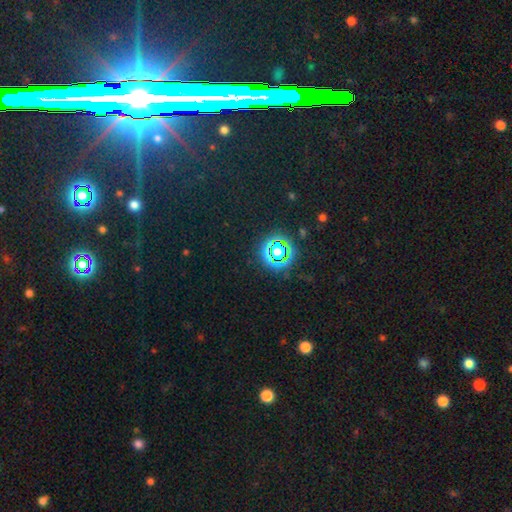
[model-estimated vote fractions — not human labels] This is likely a star or artifact rather than a galaxy (77%).